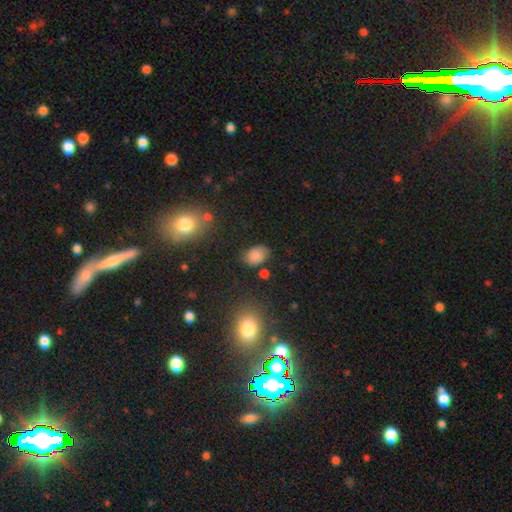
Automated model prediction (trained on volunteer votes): Overall: smooth (78%). How rounded: in between (73%). Merging: none (69%).